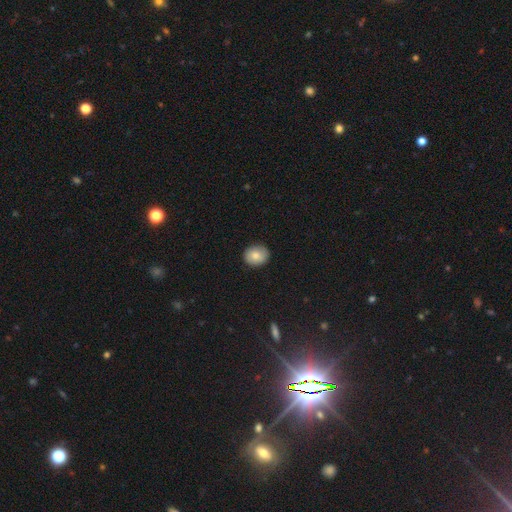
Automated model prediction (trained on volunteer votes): This is likely a smooth galaxy (80%). How rounded: likely round (67%). Merging: clearly none (88%).